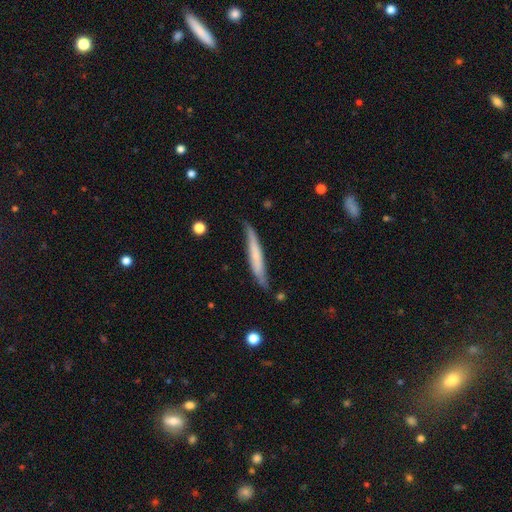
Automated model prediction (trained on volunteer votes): Smooth or featured? Predicted: smooth (p=0.52). How rounded? Predicted: cigar-shaped (p=0.94). Merging? Predicted: none (p=0.72).